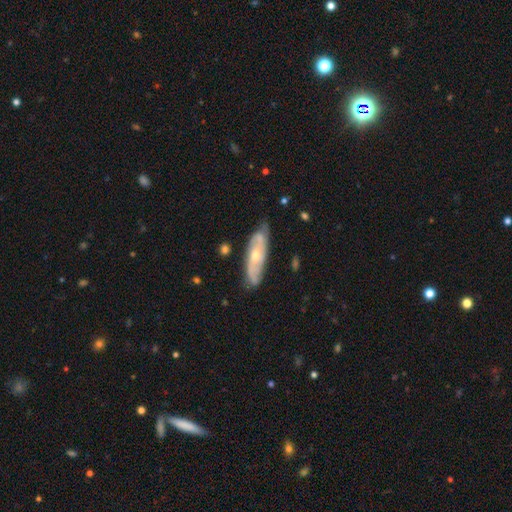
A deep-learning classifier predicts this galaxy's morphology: Smooth or featured: featured or disk — 72% (smooth — 22%)
Edge-on disk: no — 72% (yes — 28%)
Bar: no — 68% (weak — 25%)
Spiral arms: yes — 85% (no — 15%)
Bulge size: moderate — 48% (tied with small — 48%)
Merging: none — 76% (minor disturbance — 19%)